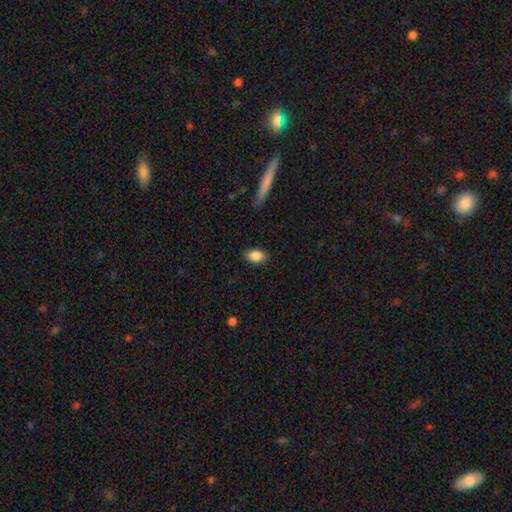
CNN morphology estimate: A smooth galaxy with no disk features (87%) that is in between round and cigar-shaped (87%). Merging: none (86%).